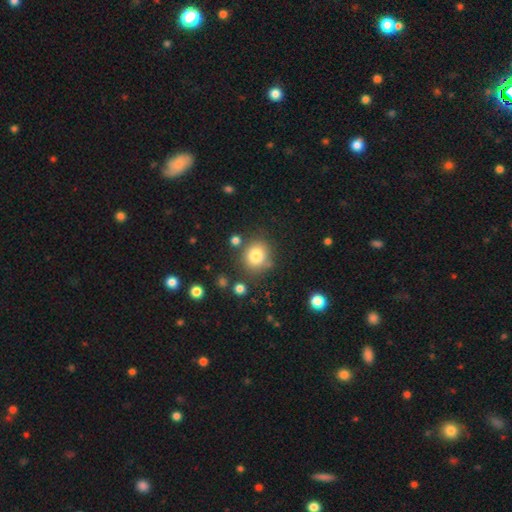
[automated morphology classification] A smooth galaxy with no disk features (79%) that is round (82%).

Vote fractions:
- Smooth or featured? smooth: 79% / star or artifact: 12% / featured or disk: 9%
- How rounded? round: 82% / in between: 18% / cigar-shaped: 1%
- Merging? none: 78% / minor disturbance: 11% / merger: 7% / major disturbance: 4%